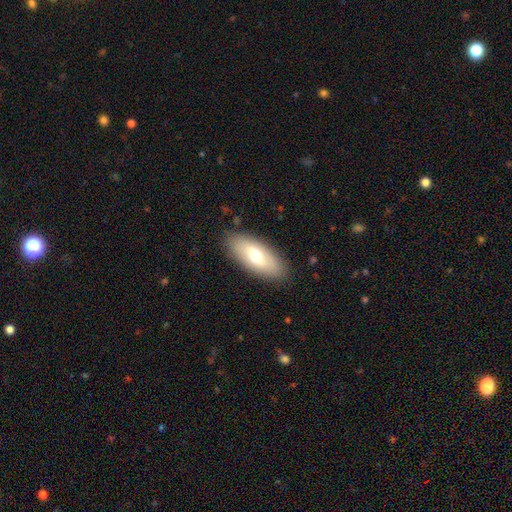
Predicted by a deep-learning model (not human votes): smooth-or-featured: smooth: 65% | featured or disk: 29% | star or artifact: 6%
  how-rounded: in between: 83% | cigar-shaped: 15% | round: 2%
  merging: none: 87% | minor disturbance: 10% | major disturbance: 3% | merger: 1%